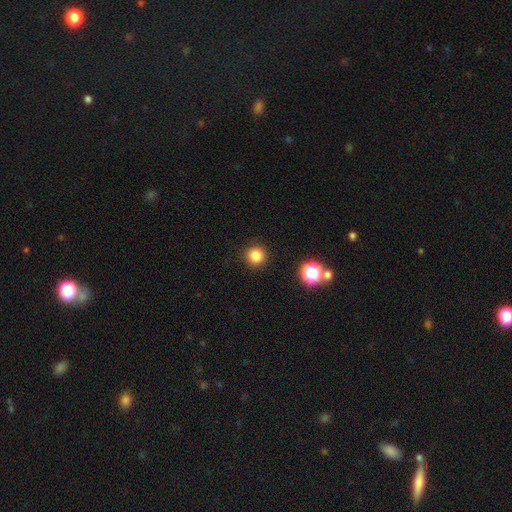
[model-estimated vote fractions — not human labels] A smooth galaxy with no disk features (83%) that is round (94%). Merging: none (91%).